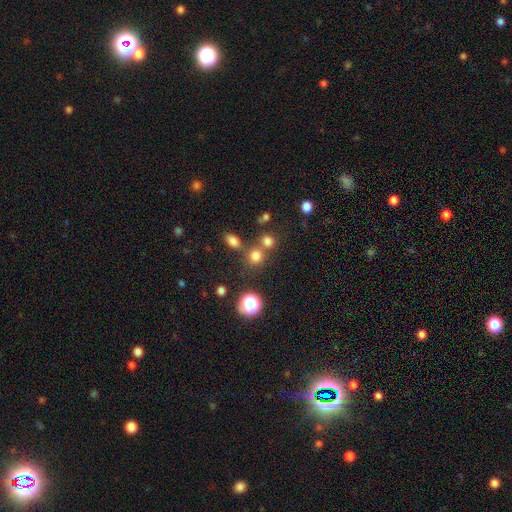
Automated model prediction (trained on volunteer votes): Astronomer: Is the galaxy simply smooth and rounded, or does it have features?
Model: smooth — 73%.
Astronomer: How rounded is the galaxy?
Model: round — 84%.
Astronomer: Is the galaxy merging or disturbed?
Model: none — 65%.